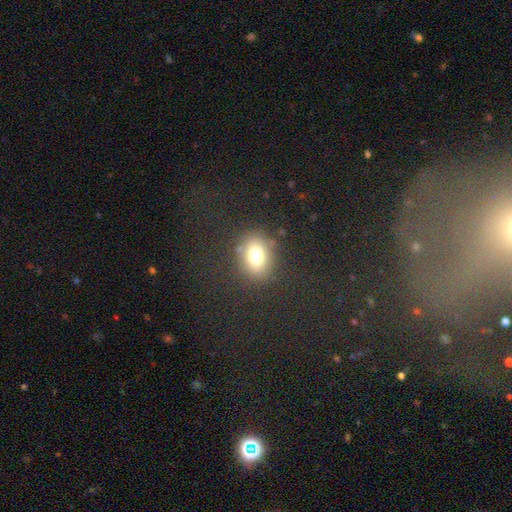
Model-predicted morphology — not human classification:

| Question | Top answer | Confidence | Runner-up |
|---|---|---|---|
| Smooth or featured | smooth | 74% | star or artifact (14%) |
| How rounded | in between | 52% | round (46%) |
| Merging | none | 82% | minor disturbance (10%) |